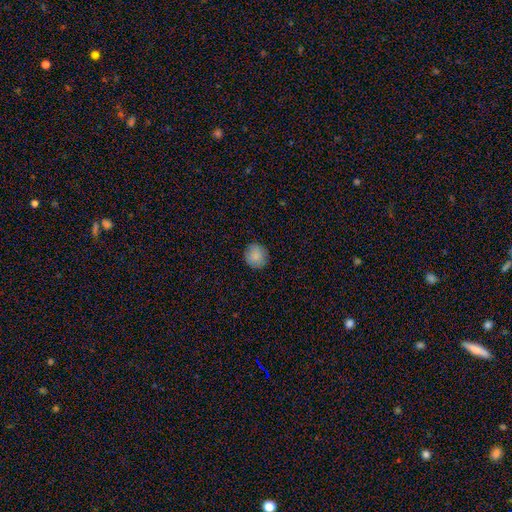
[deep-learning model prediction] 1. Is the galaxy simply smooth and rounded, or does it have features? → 87% smooth, 8% star or artifact, 5% featured or disk.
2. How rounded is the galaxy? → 90% round, 9% in between, 1% cigar-shaped.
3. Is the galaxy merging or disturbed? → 89% none, 8% minor disturbance, 2% major disturbance, 1% merger.